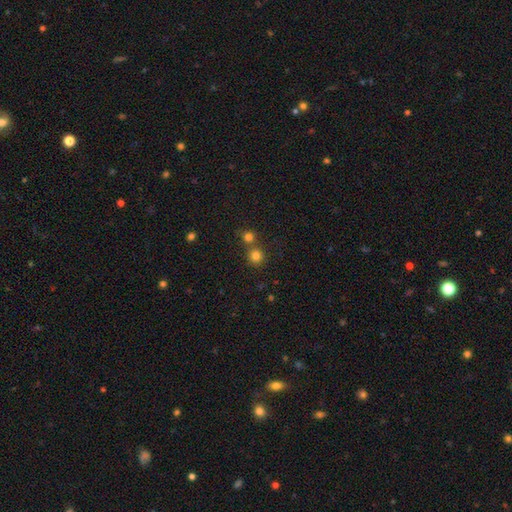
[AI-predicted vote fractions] A smooth galaxy with no disk features (80%) that is round (91%).

Vote fractions:
- Smooth or featured? smooth: 80% / star or artifact: 15% / featured or disk: 6%
- How rounded? round: 91% / in between: 8% / cigar-shaped: 1%
- Merging? none: 64% / merger: 27% / minor disturbance: 6% / major disturbance: 2%